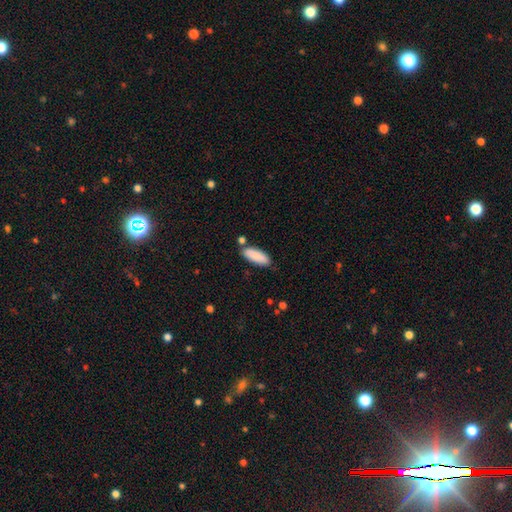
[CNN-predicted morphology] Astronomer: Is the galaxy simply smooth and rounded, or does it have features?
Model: smooth — 88%.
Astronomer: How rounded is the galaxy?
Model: in between — 70%.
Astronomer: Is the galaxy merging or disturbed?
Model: none — 78%.